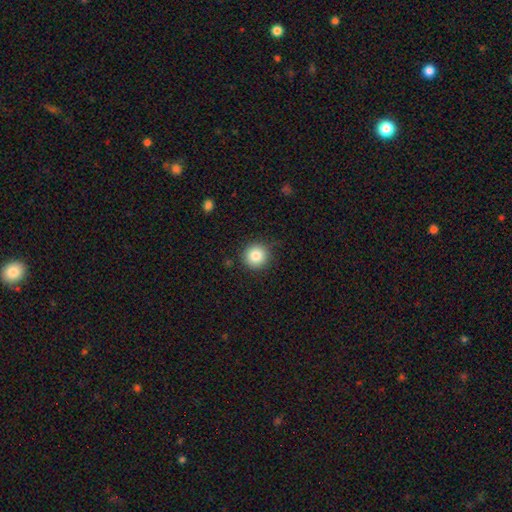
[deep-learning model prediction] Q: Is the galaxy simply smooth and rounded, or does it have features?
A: smooth — 83%.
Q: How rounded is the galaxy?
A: round — 95%.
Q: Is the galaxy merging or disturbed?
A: none — 85%.